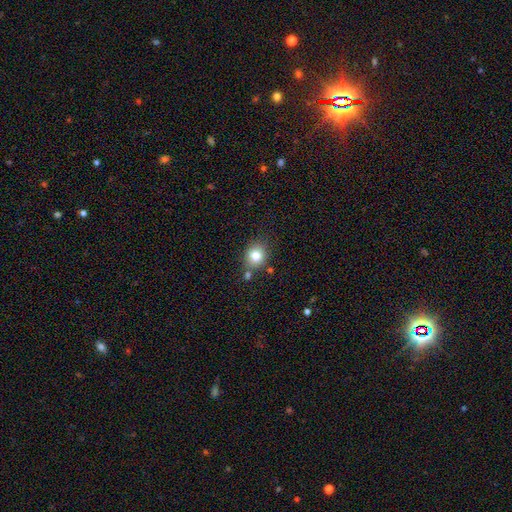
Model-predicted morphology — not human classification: Smooth or featured? Predicted: smooth (p=0.80). How rounded? Predicted: round (p=0.74). Merging? Predicted: none (p=0.74).